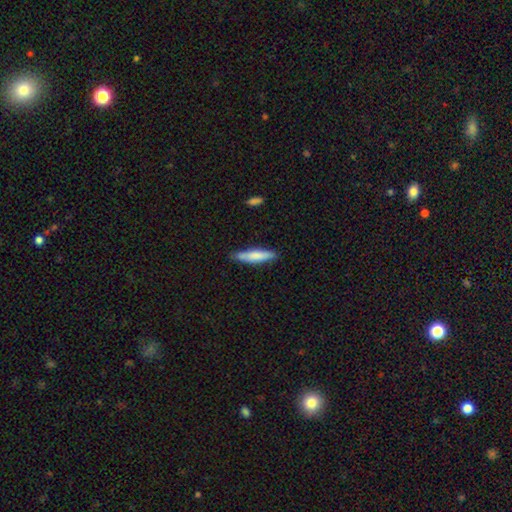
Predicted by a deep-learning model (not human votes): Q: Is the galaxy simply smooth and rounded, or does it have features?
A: smooth — 75%.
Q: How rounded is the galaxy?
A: cigar-shaped — 81%.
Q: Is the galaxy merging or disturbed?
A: none — 79%.